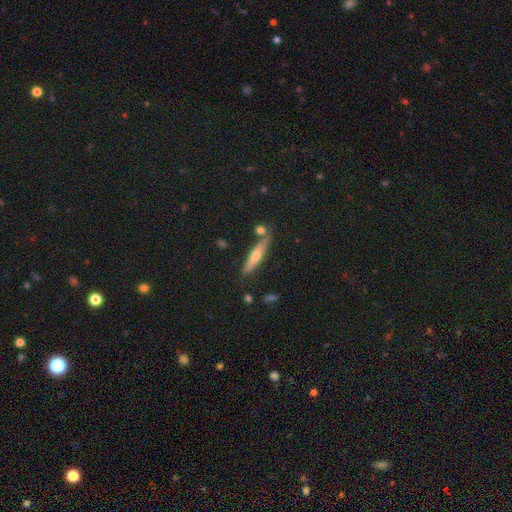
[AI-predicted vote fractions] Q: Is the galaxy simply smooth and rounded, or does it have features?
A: featured or disk — 57%.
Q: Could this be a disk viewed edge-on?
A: yes — 94%.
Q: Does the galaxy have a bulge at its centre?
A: rounded — 87%.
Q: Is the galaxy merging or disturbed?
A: none — 82%.